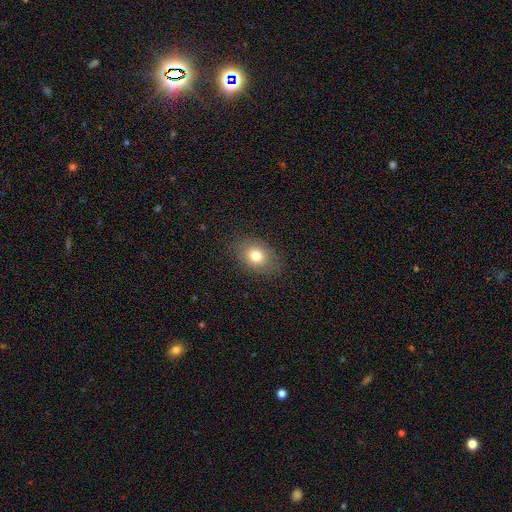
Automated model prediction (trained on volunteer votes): smooth-or-featured: smooth: 77% | featured or disk: 12% | star or artifact: 11%
  how-rounded: in between: 72% | round: 27% | cigar-shaped: 1%
  merging: none: 84% | minor disturbance: 11% | major disturbance: 4% | merger: 1%